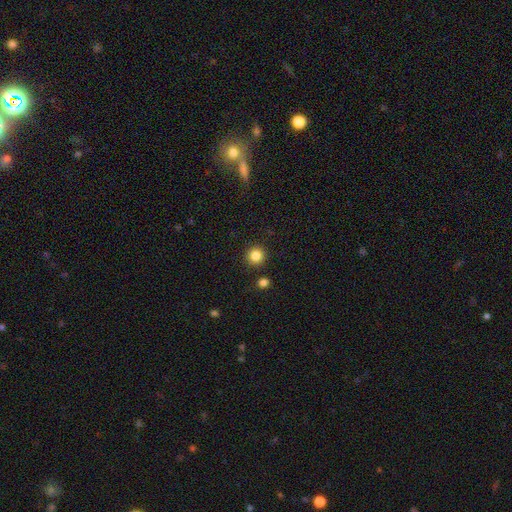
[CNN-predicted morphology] This appears to be a smooth galaxy with no disk features (85%) that is round (94%). Merging: none (89%).